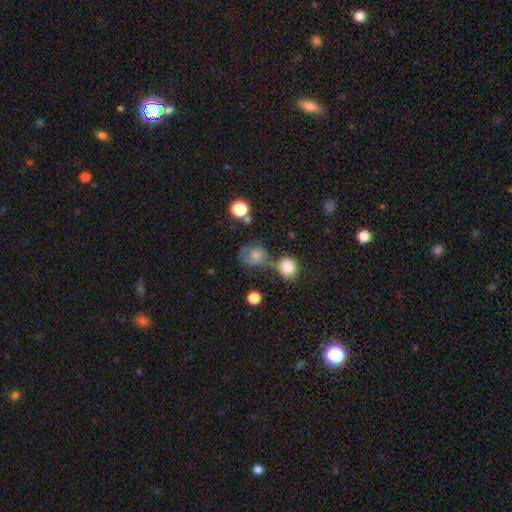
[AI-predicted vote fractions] smooth_or_featured: smooth (p=0.72) [alt: featured or disk p=0.15]
how_rounded: round (p=0.72) [alt: in between p=0.27]
merging: none (p=0.43) [alt: minor disturbance p=0.25]